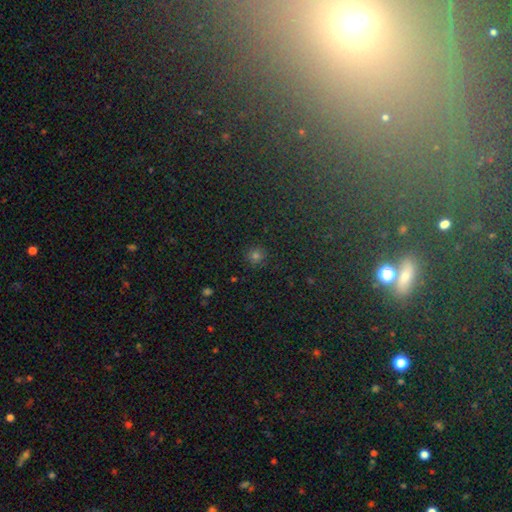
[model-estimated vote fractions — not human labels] smooth_or_featured: smooth (p=0.72) [alt: star or artifact p=0.22]
how_rounded: round (p=0.94) [alt: in between p=0.05]
merging: none (p=0.90) [alt: minor disturbance p=0.06]